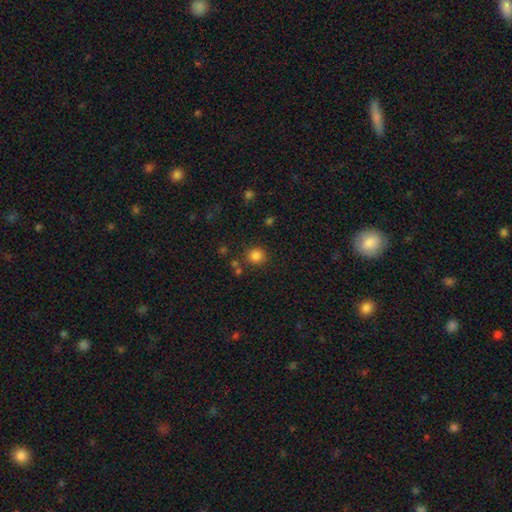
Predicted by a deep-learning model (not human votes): smooth 83%, star or artifact 12%, featured or disk 4%. Down the decision tree: how rounded — round (90%); merging — none (83%).